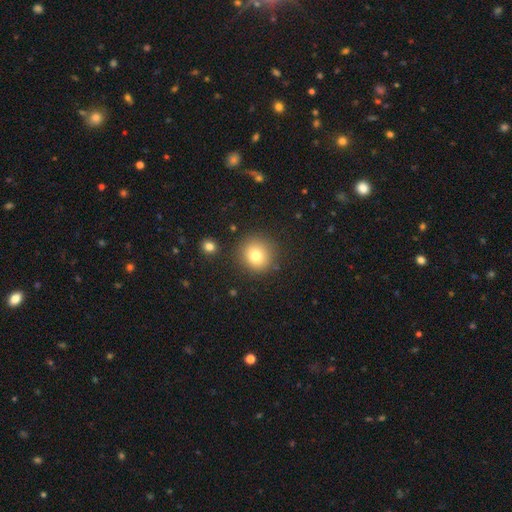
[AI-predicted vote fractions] This appears to be a smooth galaxy with no disk features (78%) that is round (91%). Merging: none (87%).